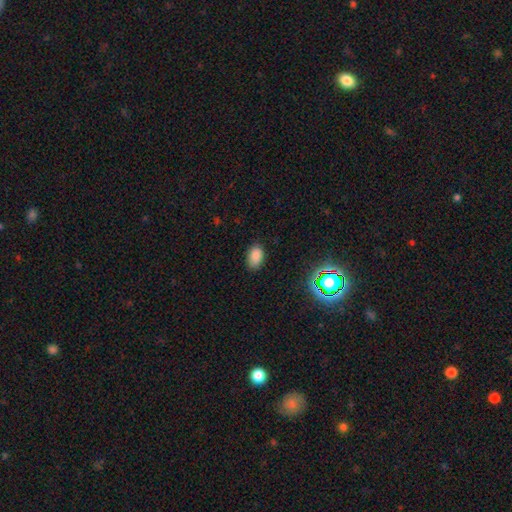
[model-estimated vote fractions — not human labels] Q: Smooth or featured?
A: smooth (82%); runner-up: star or artifact (13%)
Q: How rounded?
A: in between (88%); runner-up: round (11%)
Q: Merging?
A: none (83%); runner-up: minor disturbance (13%)